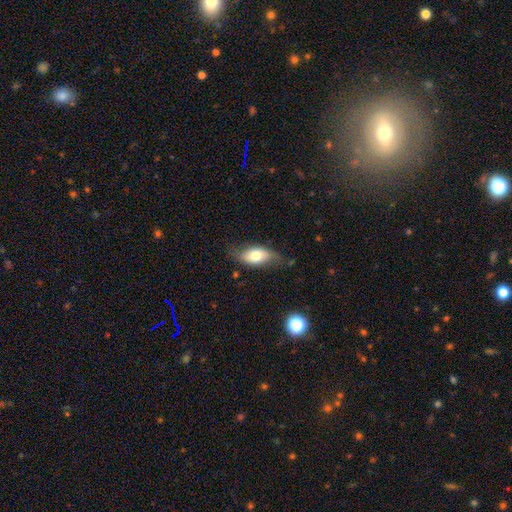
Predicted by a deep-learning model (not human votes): Smooth or featured? Predicted: smooth (p=0.66). How rounded? Predicted: in between (p=0.89). Merging? Predicted: none (p=0.63).